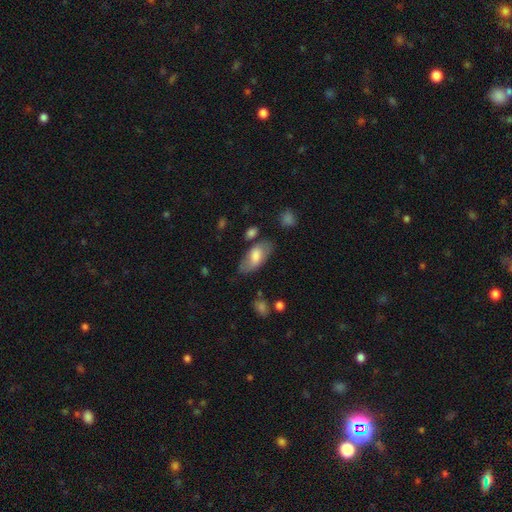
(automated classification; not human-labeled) The model was most divided on "smooth or featured": smooth: 66%, featured or disk: 28%, star or artifact: 6%. More confident: how rounded — in between (92%); merging — none (67%).